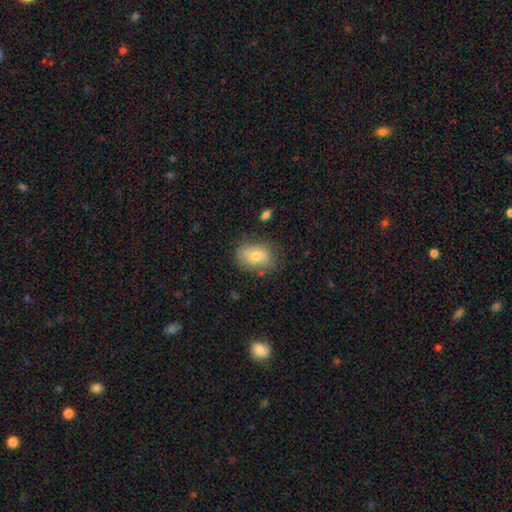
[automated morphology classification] This appears to be a smooth galaxy with no disk features (69%) that is in between round and cigar-shaped (76%). Merging: none (70%).